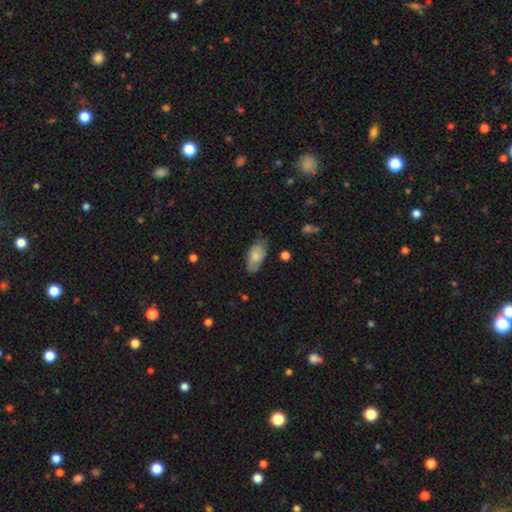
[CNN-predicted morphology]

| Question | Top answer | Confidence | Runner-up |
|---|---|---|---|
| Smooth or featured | smooth | 62% | featured or disk (31%) |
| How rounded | in between | 90% | cigar-shaped (6%) |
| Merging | none | 70% | minor disturbance (23%) |